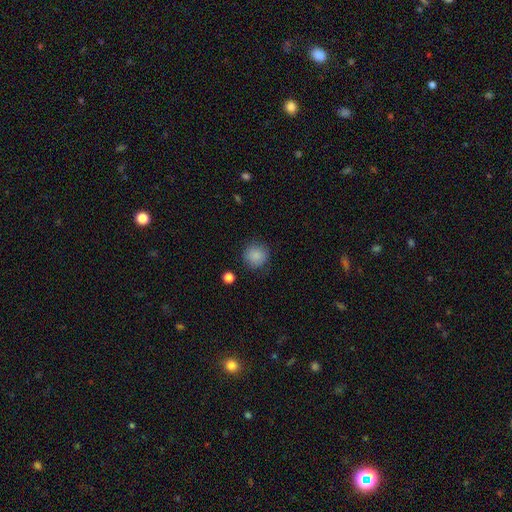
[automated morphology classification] The model was most divided on "smooth or featured": smooth: 87%, star or artifact: 9%, featured or disk: 4%. More confident: how rounded — round (92%); merging — none (87%).